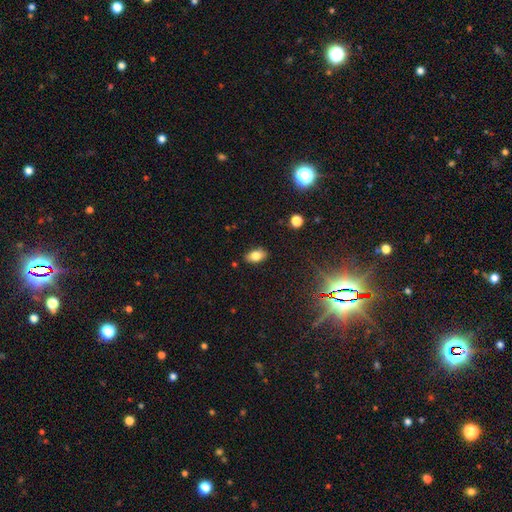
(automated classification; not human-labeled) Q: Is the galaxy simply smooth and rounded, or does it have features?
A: smooth — 78%.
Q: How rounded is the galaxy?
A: in between — 89%.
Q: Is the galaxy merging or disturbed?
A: none — 86%.